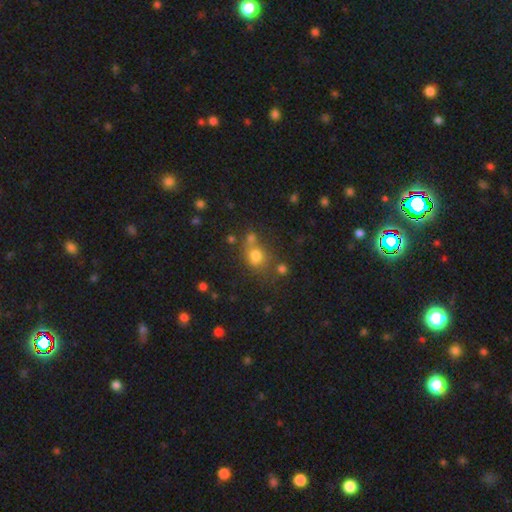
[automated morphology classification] smooth-or-featured: smooth: 72% | star or artifact: 17% | featured or disk: 11%
  how-rounded: round: 69% | in between: 29% | cigar-shaped: 1%
  merging: none: 54% | merger: 24% | minor disturbance: 15% | major disturbance: 7%